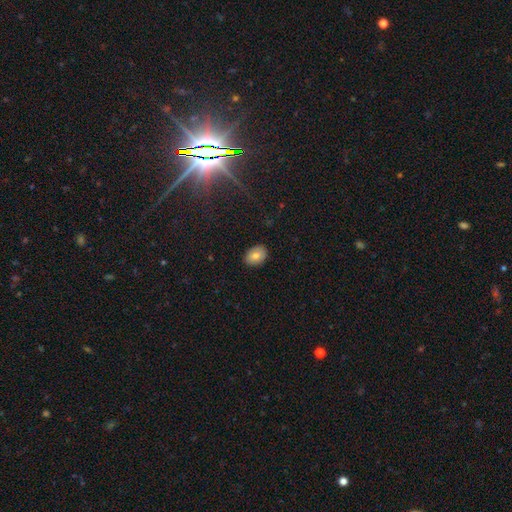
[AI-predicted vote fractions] A smooth galaxy with no disk features (79%) that is in between round and cigar-shaped (74%).

Vote fractions:
- Smooth or featured? smooth: 79% / featured or disk: 12% / star or artifact: 9%
- How rounded? in between: 74% / round: 25% / cigar-shaped: 1%
- Merging? none: 88% / minor disturbance: 9% / major disturbance: 2% / merger: 1%